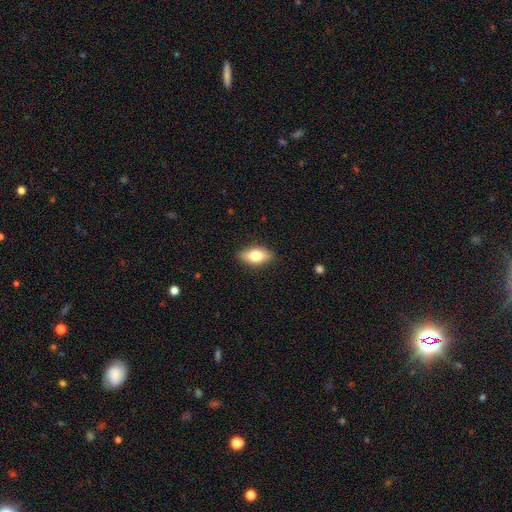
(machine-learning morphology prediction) Smooth or featured? smooth (75%)
How rounded? in between (86%)
Merging? none (87%)